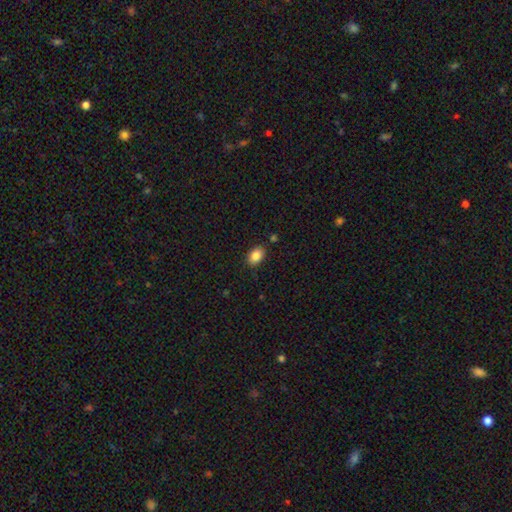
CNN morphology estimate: smooth_or_featured: smooth (p=0.86) [alt: star or artifact p=0.08]
how_rounded: in between (p=0.84) [alt: round p=0.15]
merging: none (p=0.84) [alt: minor disturbance p=0.11]